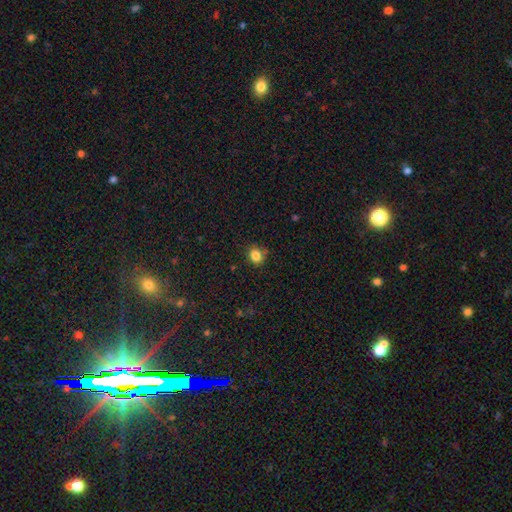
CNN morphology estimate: Overall: smooth (83%). How rounded: round (64%; in between 35%). Merging: none (78%).